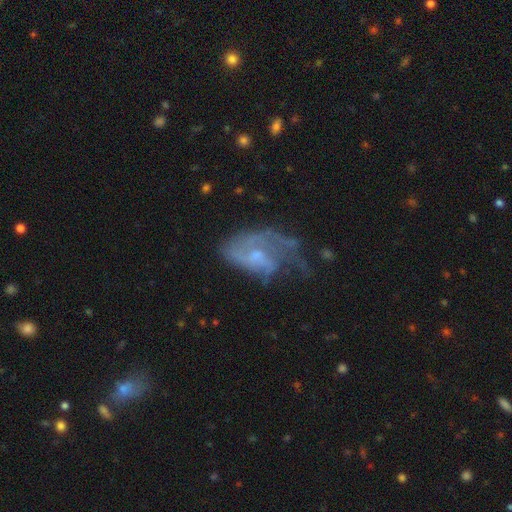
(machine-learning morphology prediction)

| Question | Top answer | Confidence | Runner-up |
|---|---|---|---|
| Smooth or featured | featured or disk | 71% | smooth (20%) |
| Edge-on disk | no | 96% | yes (4%) |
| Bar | no | 59% | weak (35%) |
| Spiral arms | yes | 75% | no (25%) |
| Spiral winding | medium | 40% | loose (36%) |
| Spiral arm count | can't tell | 29% | tied: 1 (29%) |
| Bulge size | small | 55% | moderate (28%) |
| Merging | major disturbance | 42% | none (29%) |